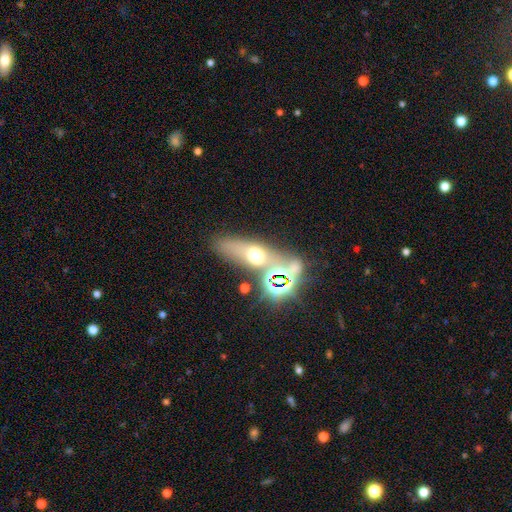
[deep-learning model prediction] A smooth galaxy with no disk features (45%). Merging: none (67%).